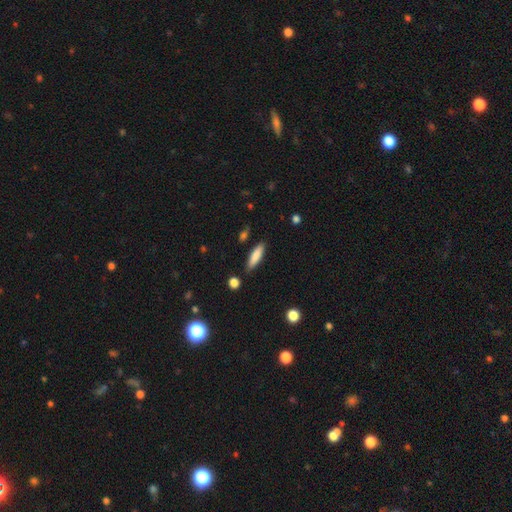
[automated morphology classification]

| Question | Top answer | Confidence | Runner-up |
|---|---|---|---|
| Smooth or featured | smooth | 82% | featured or disk (12%) |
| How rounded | cigar-shaped | 70% | in between (28%) |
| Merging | none | 85% | minor disturbance (10%) |